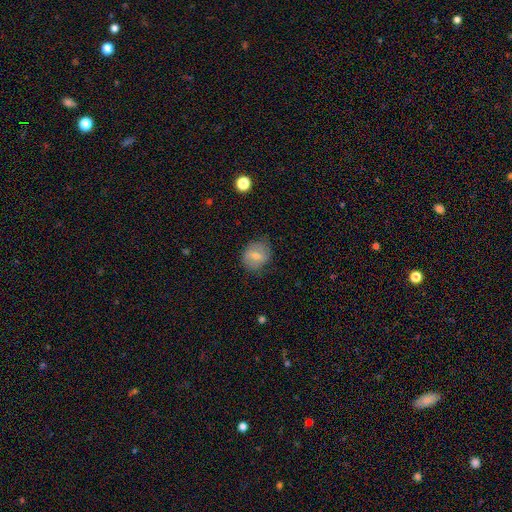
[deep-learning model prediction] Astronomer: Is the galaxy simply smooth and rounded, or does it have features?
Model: smooth — 66%.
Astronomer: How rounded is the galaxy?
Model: round — 68%.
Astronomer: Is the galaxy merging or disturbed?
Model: none — 72%.